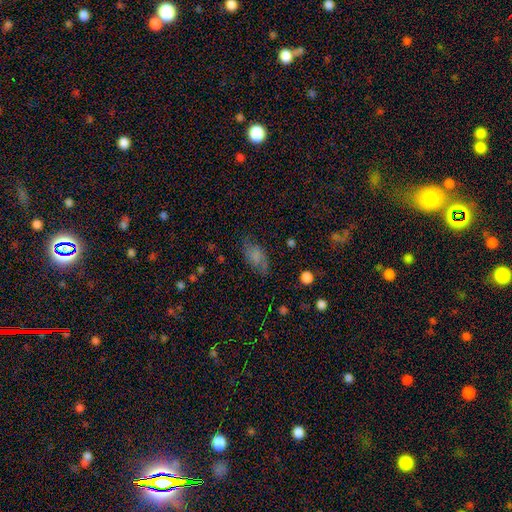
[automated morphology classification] Smooth or featured? Predicted: smooth (p=0.64). How rounded? Predicted: in between (p=0.90). Merging? Predicted: none (p=0.68).